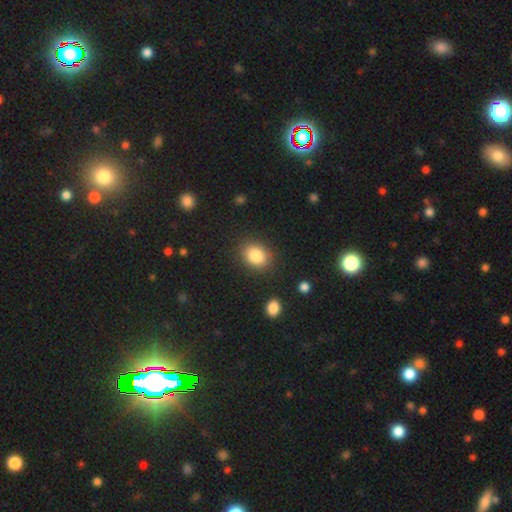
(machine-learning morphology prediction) smooth-or-featured: smooth: 84% | star or artifact: 9% | featured or disk: 6%
  how-rounded: in between: 50% | round: 49% | cigar-shaped: 1%
  merging: none: 85% | minor disturbance: 10% | major disturbance: 3% | merger: 2%